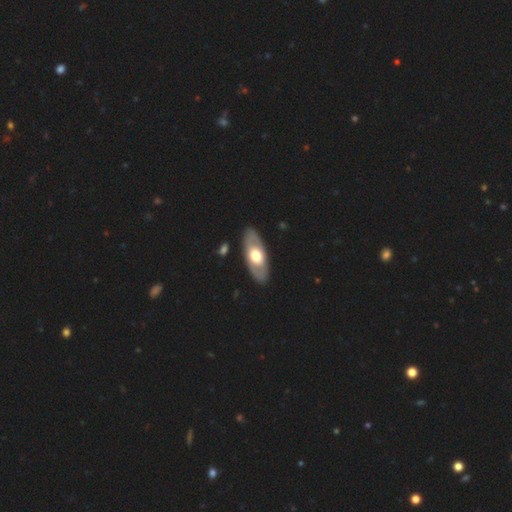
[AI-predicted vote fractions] Smooth or featured?
  - featured or disk: 54% *
  - smooth: 43%
  - star or artifact: 4%
Edge-on disk?
  - no: 79% *
  - yes: 21%
Merging?
  - none: 88% *
  - minor disturbance: 8%
  - major disturbance: 2%
  - merger: 2%